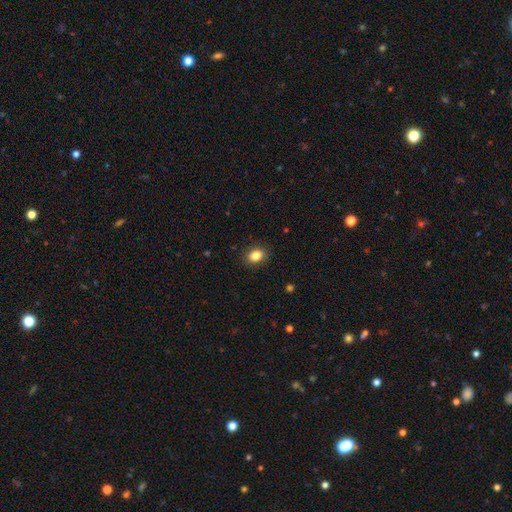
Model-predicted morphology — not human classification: type=smooth (85%); roundness=in between (55%); merging=none (88%).